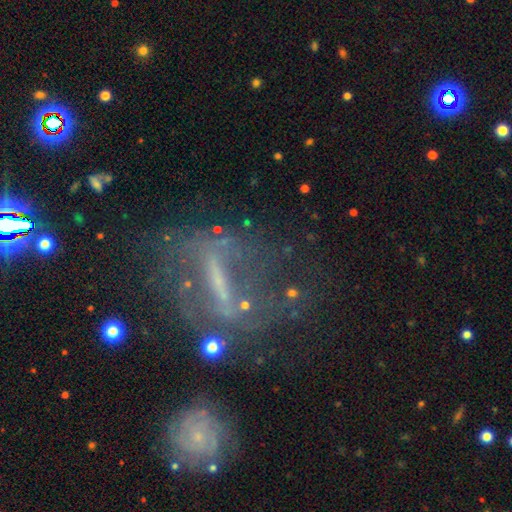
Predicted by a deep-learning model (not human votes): A featured or disk galaxy (57%).

Vote fractions:
- Smooth or featured? featured or disk: 57% / star or artifact: 25% / smooth: 17%
- Edge-on disk? no: 70% / yes: 30%
- Merging? none: 52% / major disturbance: 25% / minor disturbance: 17% / merger: 6%